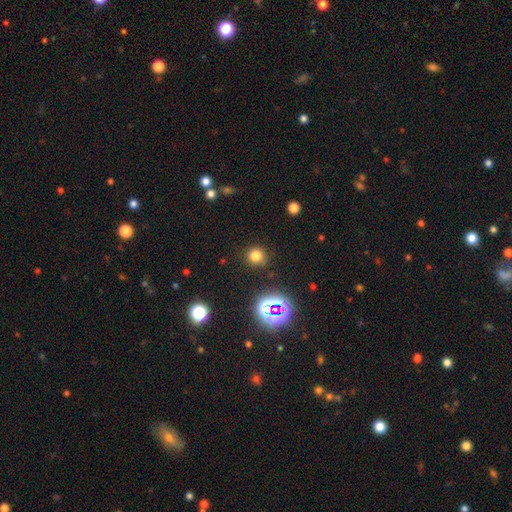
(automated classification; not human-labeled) A smooth galaxy with no disk features (73%) that is round (91%).

Vote fractions:
- Smooth or featured? smooth: 73% / star or artifact: 21% / featured or disk: 6%
- How rounded? round: 91% / in between: 8% / cigar-shaped: 1%
- Merging? none: 86% / minor disturbance: 8% / major disturbance: 3% / merger: 2%